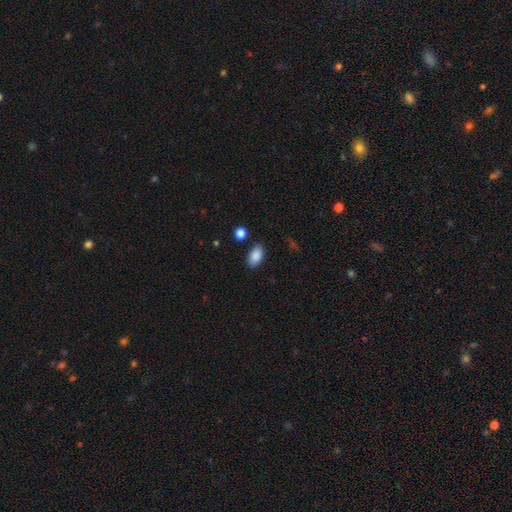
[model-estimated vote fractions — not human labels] smooth-or-featured: smooth: 88% | star or artifact: 8% | featured or disk: 5%
  how-rounded: in between: 92% | round: 6% | cigar-shaped: 2%
  merging: none: 83% | minor disturbance: 11% | merger: 3% | major disturbance: 3%